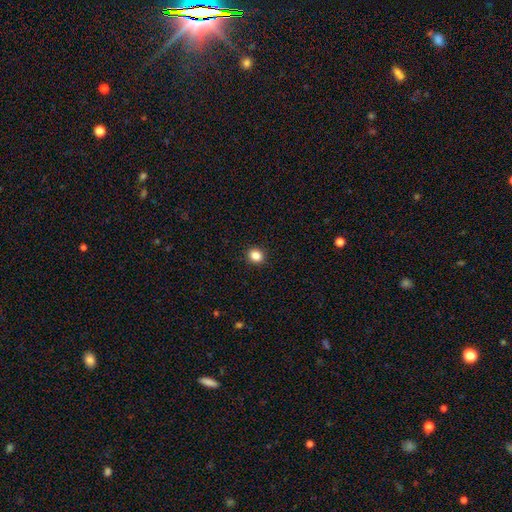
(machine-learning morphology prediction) Smooth or featured? smooth (86%)
How rounded? round (76%)
Merging? none (92%)